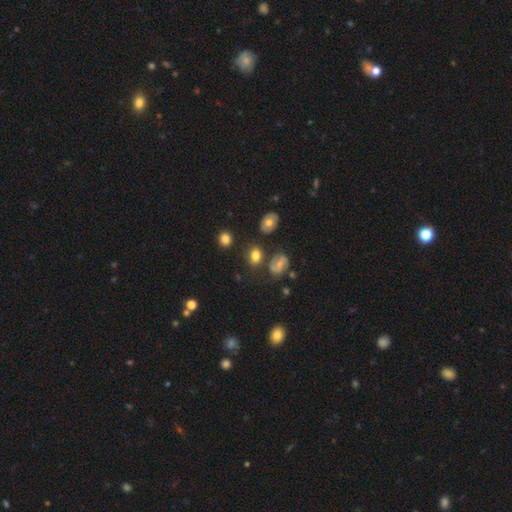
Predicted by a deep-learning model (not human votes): Overall: smooth (70%). How rounded: in between (56%; round 42%). Merging: none (71%).